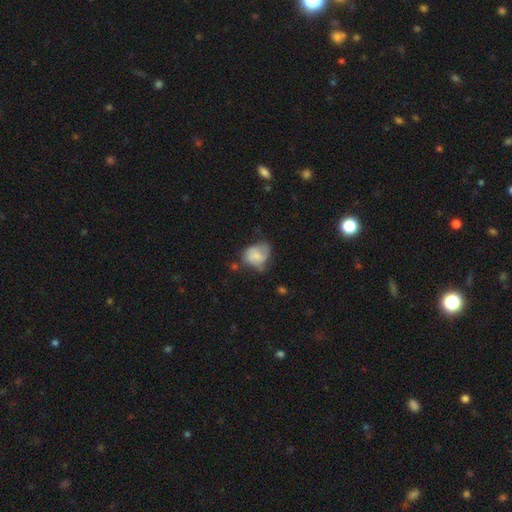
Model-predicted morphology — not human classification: smooth_or_featured: smooth (p=0.53) [alt: featured or disk p=0.39]
how_rounded: in between (p=0.51) [alt: round p=0.48]
merging: none (p=0.38) [alt: minor disturbance p=0.34]